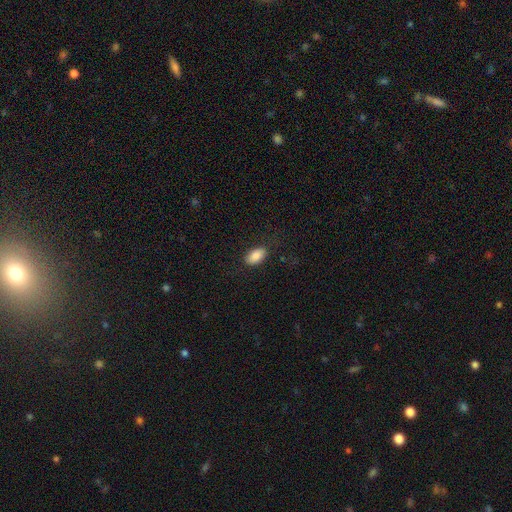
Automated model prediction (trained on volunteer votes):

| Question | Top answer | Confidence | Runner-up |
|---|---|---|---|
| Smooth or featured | smooth | 88% | star or artifact (7%) |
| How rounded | in between | 93% | round (4%) |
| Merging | none | 83% | minor disturbance (12%) |